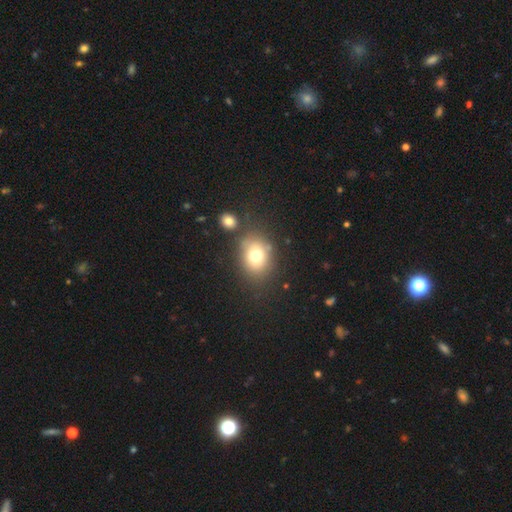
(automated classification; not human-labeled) A smooth galaxy with no disk features (73%) that is round (51%).

Vote fractions:
- Smooth or featured? smooth: 73% / featured or disk: 14% / star or artifact: 13%
- How rounded? round: 51% / in between: 48% / cigar-shaped: 1%
- Merging? none: 69% / minor disturbance: 14% / merger: 11% / major disturbance: 6%